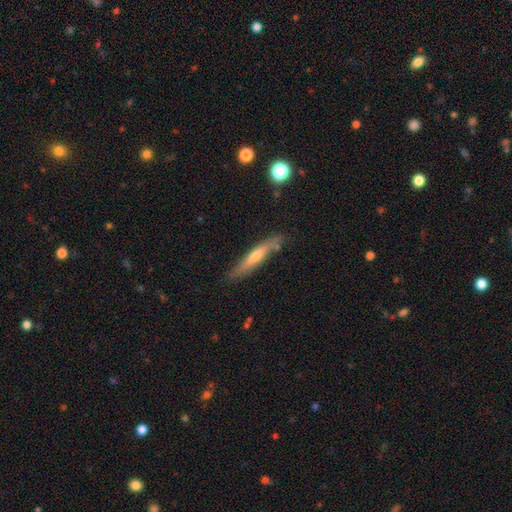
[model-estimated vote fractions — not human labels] smooth-or-featured: smooth: 48% | featured or disk: 45% | star or artifact: 6%
  merging: none: 79% | minor disturbance: 15% | major disturbance: 3% | merger: 3%